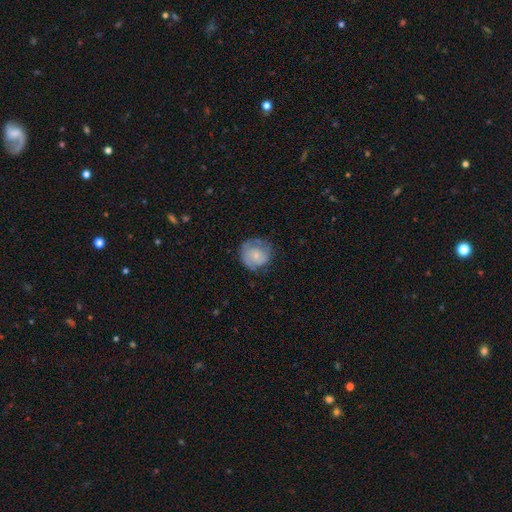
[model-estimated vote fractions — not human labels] A smooth galaxy with no disk features (51%) that is round (87%).

Vote fractions:
- Smooth or featured? smooth: 51% / featured or disk: 41% / star or artifact: 7%
- How rounded? round: 87% / in between: 12% / cigar-shaped: 1%
- Merging? none: 63% / minor disturbance: 24% / major disturbance: 11% / merger: 2%